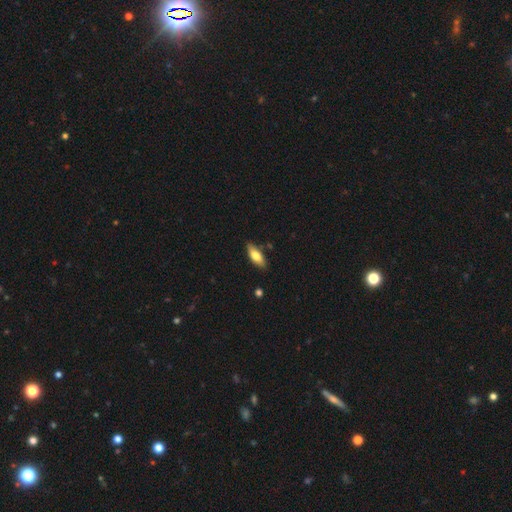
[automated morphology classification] This appears to be a smooth galaxy with no disk features (72%) that is in between round and cigar-shaped (73%). Merging: none (80%).